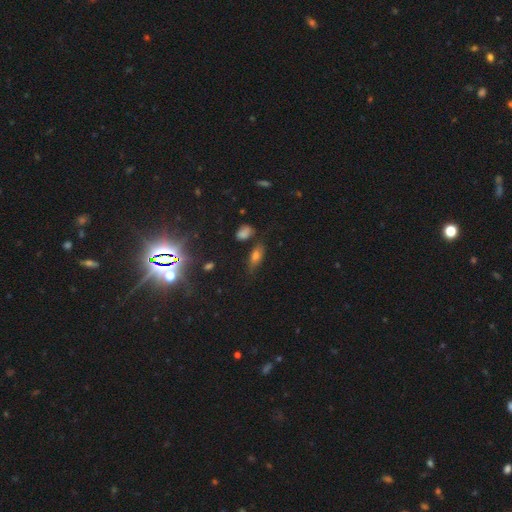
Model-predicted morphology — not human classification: smooth 58%, star or artifact 22%, featured or disk 19%. Down the decision tree: how rounded — in between (77%); merging — none (67%).